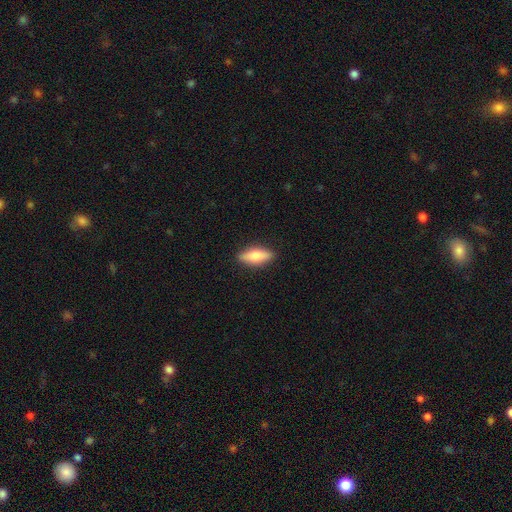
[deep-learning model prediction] Smooth or featured? Predicted: smooth (p=0.68). How rounded? Predicted: in between (p=0.62). Merging? Predicted: none (p=0.88).